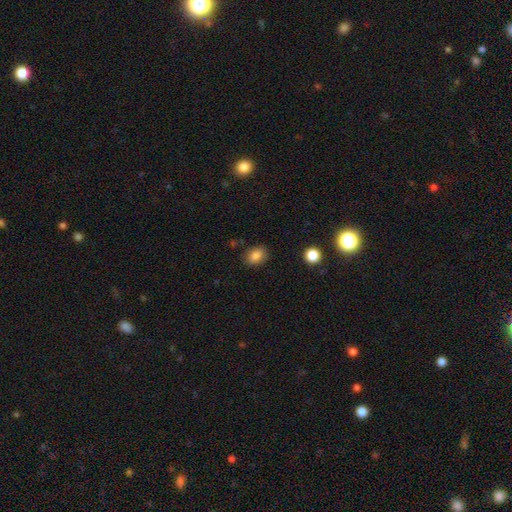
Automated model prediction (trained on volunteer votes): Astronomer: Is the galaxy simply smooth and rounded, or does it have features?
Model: smooth — 85%.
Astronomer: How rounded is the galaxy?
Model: in between — 73%.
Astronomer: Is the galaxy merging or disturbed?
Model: none — 84%.